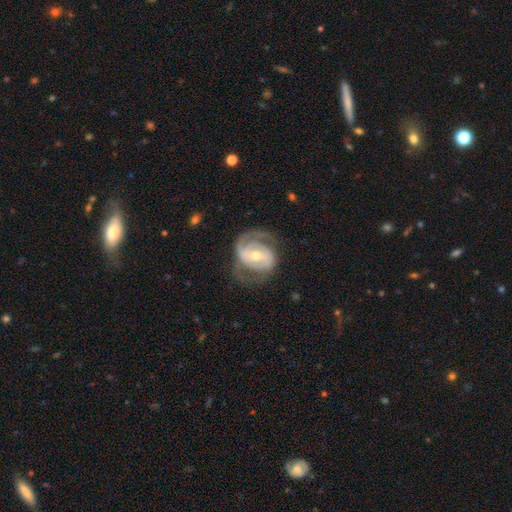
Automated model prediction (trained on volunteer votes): smooth-or-featured: featured or disk: 84% | smooth: 11% | star or artifact: 5%
  disk-edge-on: no: 97% | yes: 3%
    bar: weak: 41% | strong: 30% | no: 29%
    has-spiral-arms: yes: 91% | no: 9%
      spiral-winding: medium: 46% | tight: 37% | loose: 18%
      spiral-arm-count: 2: 79% | can't tell: 9% | 1: 6% | 3: 4% | 4: 1% | more than 4: 1%
    bulge-size: moderate: 59% | small: 36% | large: 3% | none: 1% | dominant: 1%
  merging: none: 63% | minor disturbance: 19% | major disturbance: 17% | merger: 1%